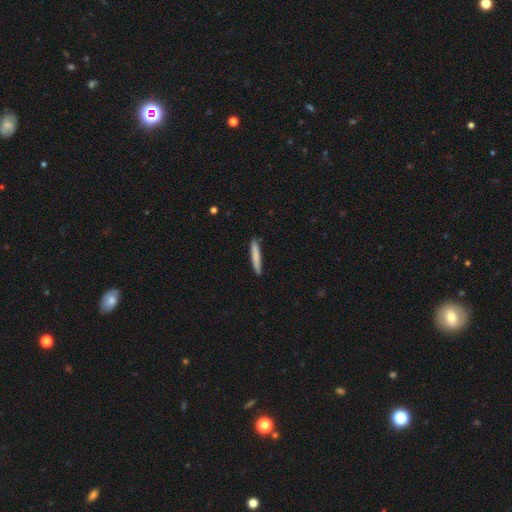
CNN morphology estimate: smooth 79%, featured or disk 16%, star or artifact 5%. Down the decision tree: how rounded — cigar-shaped (94%); merging — none (88%).